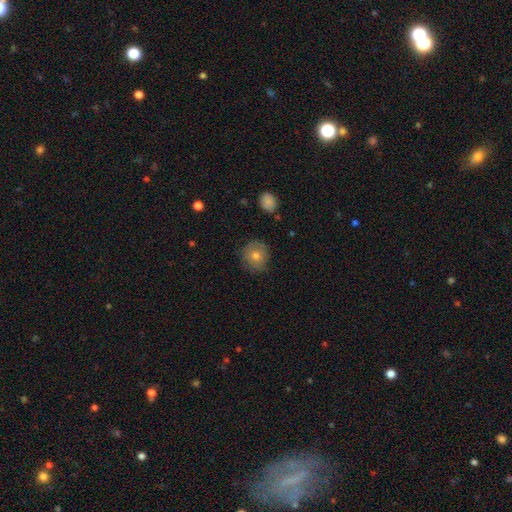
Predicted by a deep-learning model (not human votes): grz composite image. It shows a smooth galaxy with no disk features (63%) that is round (91%). Merging: none (81%).